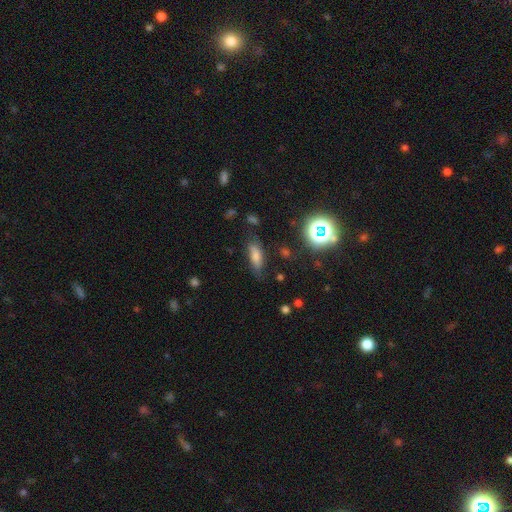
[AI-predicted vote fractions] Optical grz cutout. It shows a smooth galaxy with no disk features (69%) that is in between round and cigar-shaped (57%). Merging: none (72%).